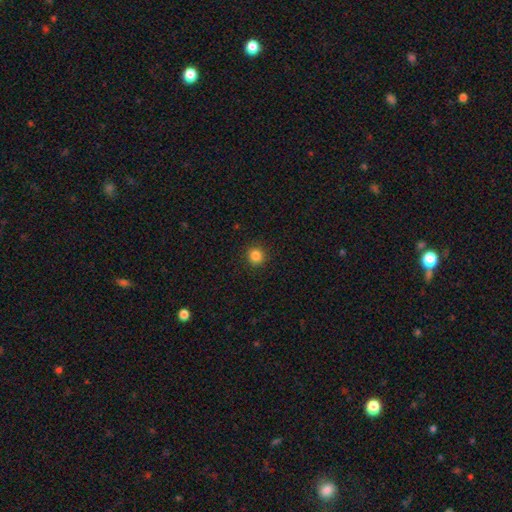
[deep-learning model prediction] Overall: smooth (85%). How rounded: round (93%). Merging: none (92%).